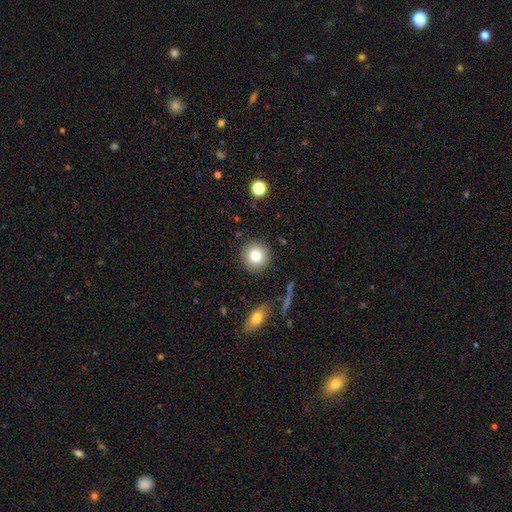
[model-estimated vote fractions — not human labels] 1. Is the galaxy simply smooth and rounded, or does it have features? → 82% smooth, 9% star or artifact, 9% featured or disk.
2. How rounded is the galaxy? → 93% round, 6% in between, 1% cigar-shaped.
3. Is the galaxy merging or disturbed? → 89% none, 7% minor disturbance, 2% major disturbance, 2% merger.